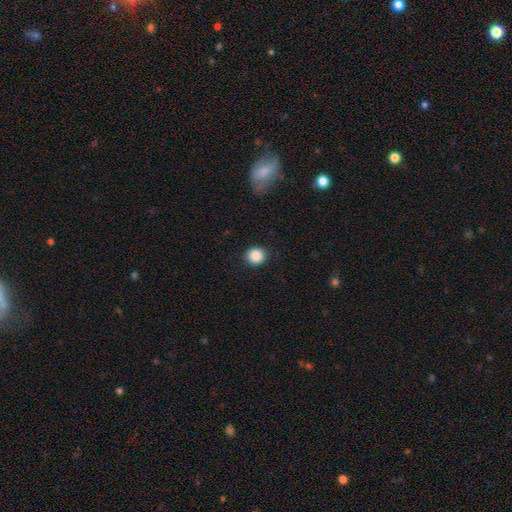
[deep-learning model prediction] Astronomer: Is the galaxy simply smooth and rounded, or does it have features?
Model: smooth — 88%.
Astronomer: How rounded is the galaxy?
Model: round — 88%.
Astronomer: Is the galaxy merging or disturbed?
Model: none — 91%.